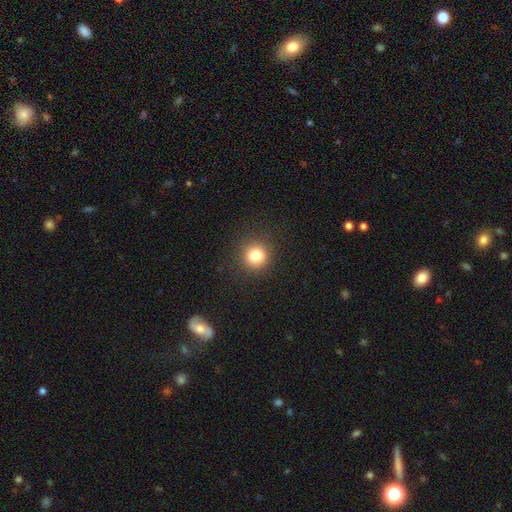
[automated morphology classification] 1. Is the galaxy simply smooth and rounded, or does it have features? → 82% smooth, 12% star or artifact, 6% featured or disk.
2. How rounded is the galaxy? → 94% round, 5% in between, 1% cigar-shaped.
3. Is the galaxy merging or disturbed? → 91% none, 6% minor disturbance, 2% major disturbance, 1% merger.